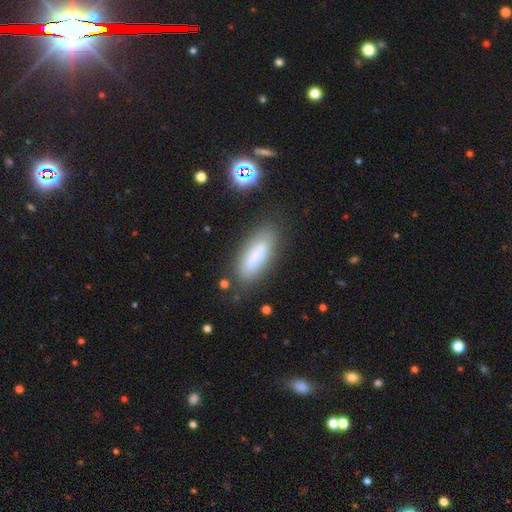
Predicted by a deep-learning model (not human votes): Q: Smooth or featured?
A: smooth (74%); runner-up: featured or disk (16%)
Q: How rounded?
A: in between (71%); runner-up: cigar-shaped (27%)
Q: Merging?
A: none (76%); runner-up: minor disturbance (15%)